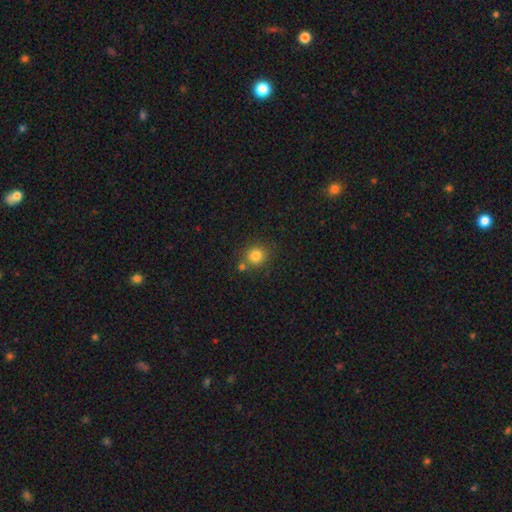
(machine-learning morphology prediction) Smooth or featured?
  - smooth: 82% *
  - star or artifact: 12%
  - featured or disk: 6%
How rounded?
  - round: 86% *
  - in between: 13%
  - cigar-shaped: 1%
Merging?
  - none: 72% *
  - merger: 15%
  - minor disturbance: 10%
  - major disturbance: 3%